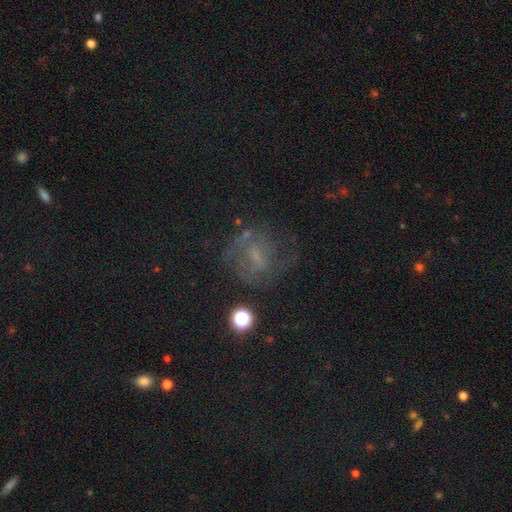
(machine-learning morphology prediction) The model was most divided on "smooth or featured": featured or disk: 48%, star or artifact: 26%, smooth: 26%. More confident: merging — none (61%).